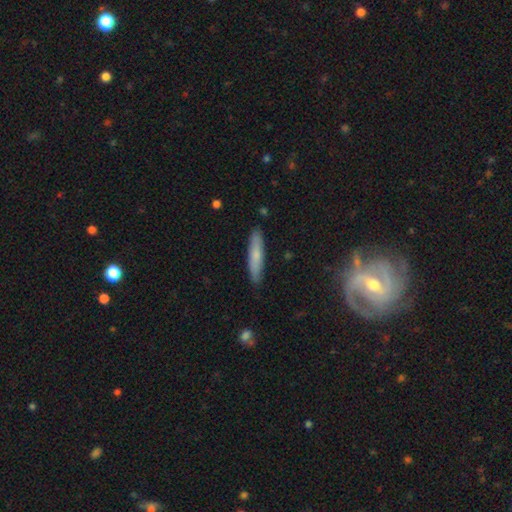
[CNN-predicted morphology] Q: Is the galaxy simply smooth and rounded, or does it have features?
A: smooth — 72%.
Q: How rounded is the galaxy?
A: cigar-shaped — 89%.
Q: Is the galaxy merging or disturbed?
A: none — 89%.